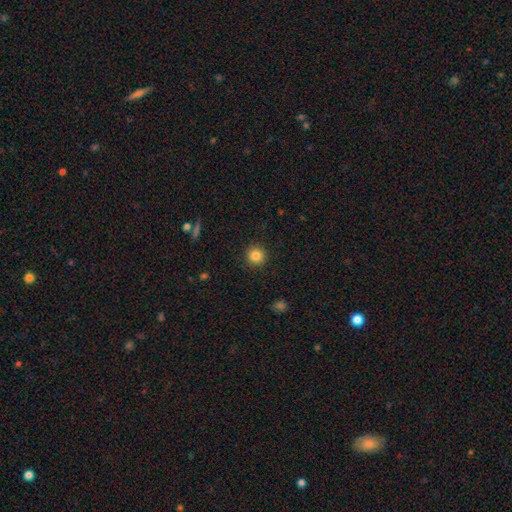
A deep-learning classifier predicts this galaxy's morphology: Smooth or featured: smooth — 84% (star or artifact — 11%)
How rounded: round — 94% (in between — 5%)
Merging: none — 92% (minor disturbance — 5%)